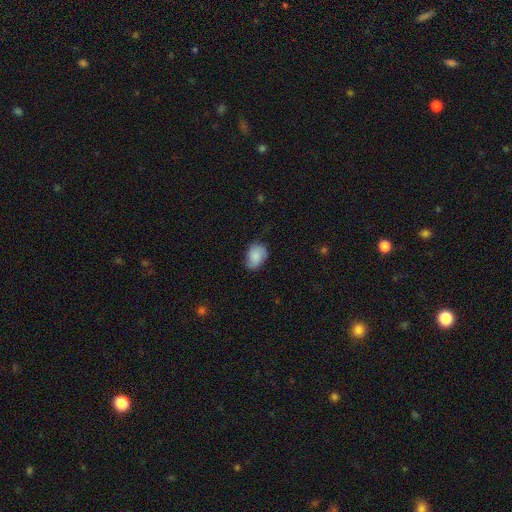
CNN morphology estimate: Overall: smooth (83%). How rounded: in between (78%). Merging: none (65%; minor disturbance 28%).